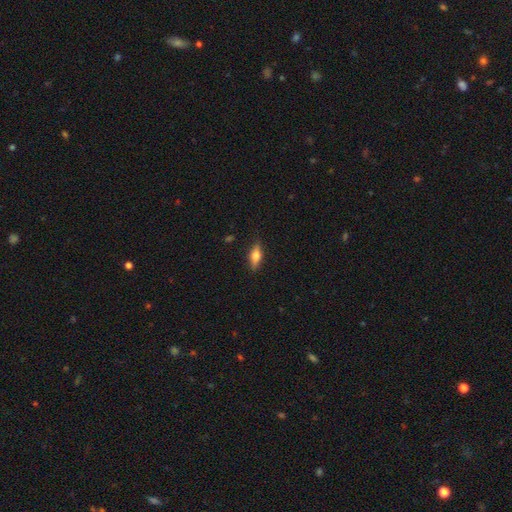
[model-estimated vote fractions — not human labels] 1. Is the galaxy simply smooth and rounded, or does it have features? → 56% smooth, 37% featured or disk, 7% star or artifact.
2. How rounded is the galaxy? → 61% in between, 35% cigar-shaped, 4% round.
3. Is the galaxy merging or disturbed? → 84% none, 12% minor disturbance, 3% major disturbance, 1% merger.